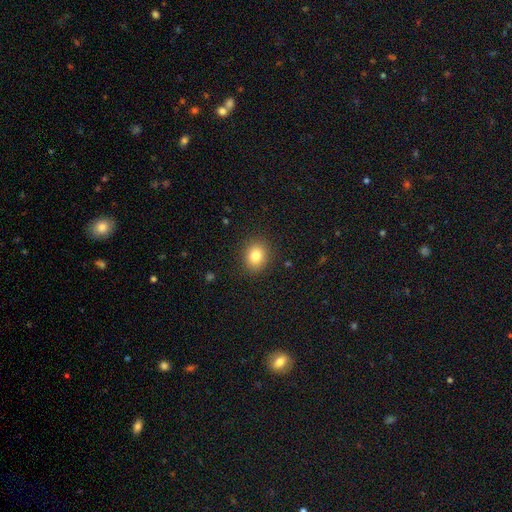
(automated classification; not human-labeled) This is clearly a smooth galaxy (82%). How rounded: likely round (61%). Merging: clearly none (88%).